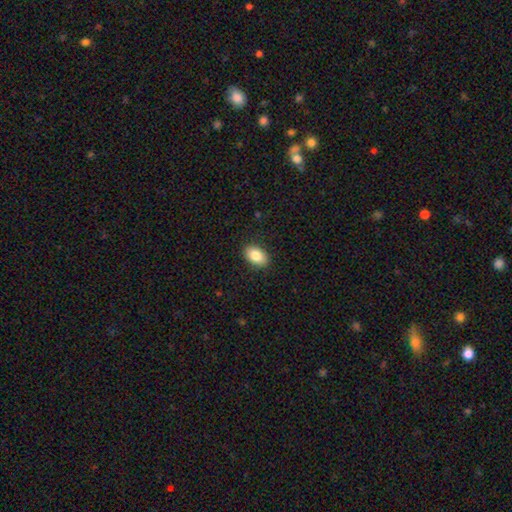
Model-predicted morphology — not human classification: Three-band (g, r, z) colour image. It shows a smooth galaxy with no disk features (85%) that is in between round and cigar-shaped (88%). Merging: none (89%).